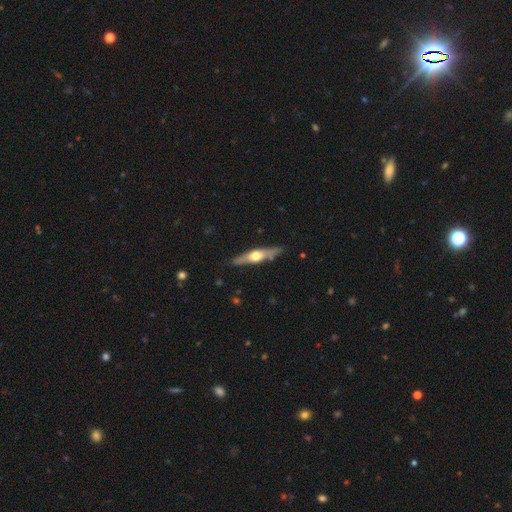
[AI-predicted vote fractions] Smooth or featured: featured or disk — 63% (smooth — 32%)
Edge-on disk: yes — 94% (no — 6%)
Edge-on bulge: rounded — 94% (boxy — 3%)
Merging: none — 85% (minor disturbance — 11%)